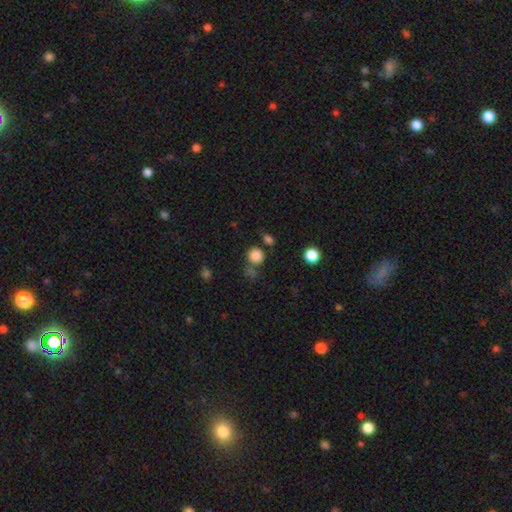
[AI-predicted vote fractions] smooth-or-featured: smooth: 83% | star or artifact: 12% | featured or disk: 4%
  how-rounded: round: 90% | in between: 9% | cigar-shaped: 1%
  merging: none: 70% | merger: 14% | minor disturbance: 11% | major disturbance: 5%